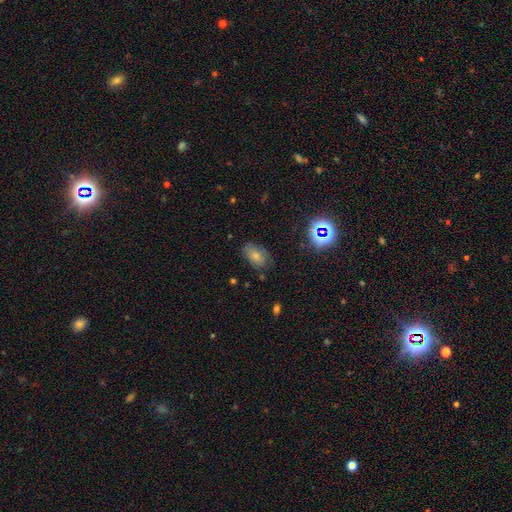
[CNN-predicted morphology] A smooth galaxy with no disk features (72%) that is in between round and cigar-shaped (87%). Merging: none (72%).